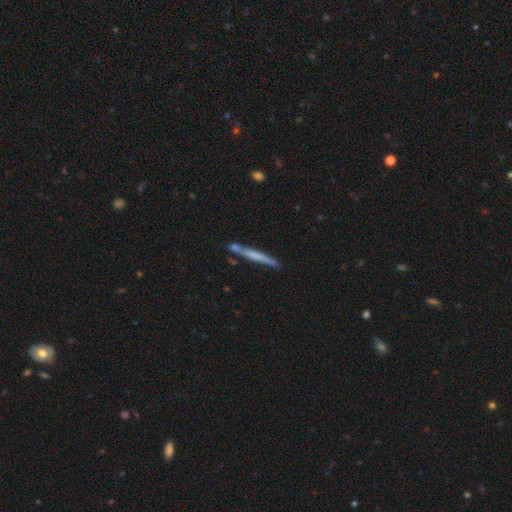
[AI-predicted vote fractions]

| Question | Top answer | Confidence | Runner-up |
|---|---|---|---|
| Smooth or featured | smooth | 52% | featured or disk (42%) |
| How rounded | cigar-shaped | 96% | in between (2%) |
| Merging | none | 76% | minor disturbance (12%) |